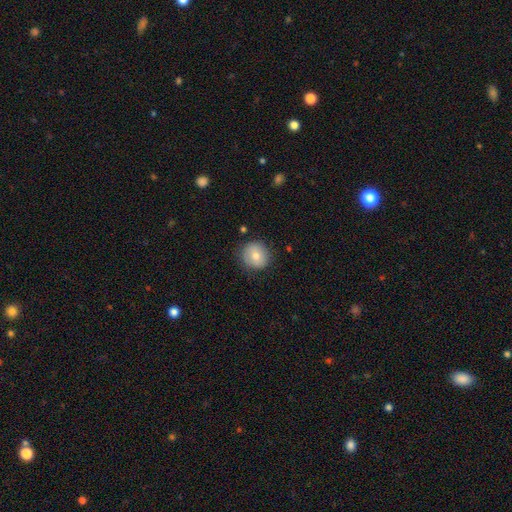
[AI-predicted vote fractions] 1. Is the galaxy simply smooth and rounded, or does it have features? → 73% smooth, 19% featured or disk, 9% star or artifact.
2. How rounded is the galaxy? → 91% round, 9% in between, 1% cigar-shaped.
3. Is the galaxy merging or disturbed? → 81% none, 14% minor disturbance, 3% major disturbance, 1% merger.